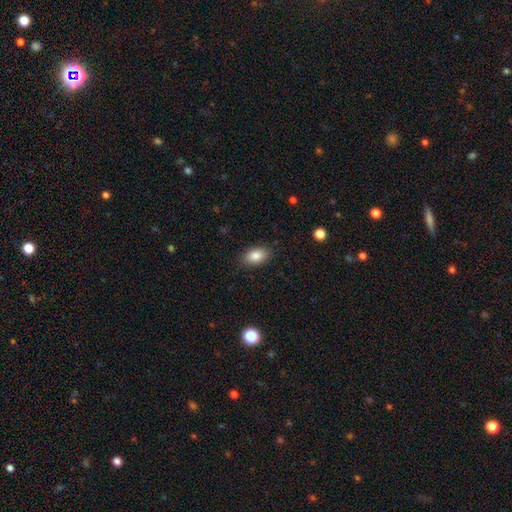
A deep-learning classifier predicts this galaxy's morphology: smooth-or-featured: smooth: 85% | star or artifact: 8% | featured or disk: 7%
  how-rounded: in between: 89% | round: 9% | cigar-shaped: 2%
  merging: none: 85% | minor disturbance: 11% | major disturbance: 3% | merger: 1%